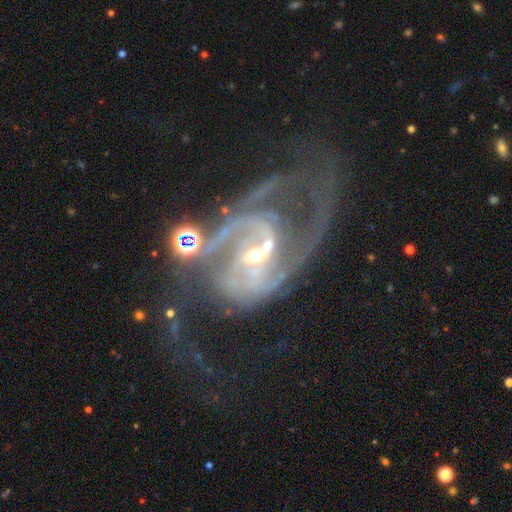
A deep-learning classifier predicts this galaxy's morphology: This appears to be a featured or disk galaxy (90%) with a weak bar (40%), 2 (70%) medium (52%) spiral arms (97%) and a small central bulge (66%). Merging: major disturbance (34%).